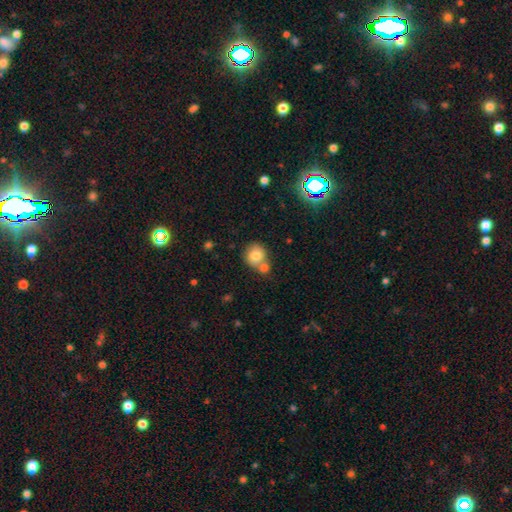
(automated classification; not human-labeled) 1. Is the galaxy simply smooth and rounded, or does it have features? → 79% smooth, 11% featured or disk, 10% star or artifact.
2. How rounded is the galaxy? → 84% round, 15% in between, 1% cigar-shaped.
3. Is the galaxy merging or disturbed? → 50% none, 37% merger, 10% minor disturbance, 3% major disturbance.